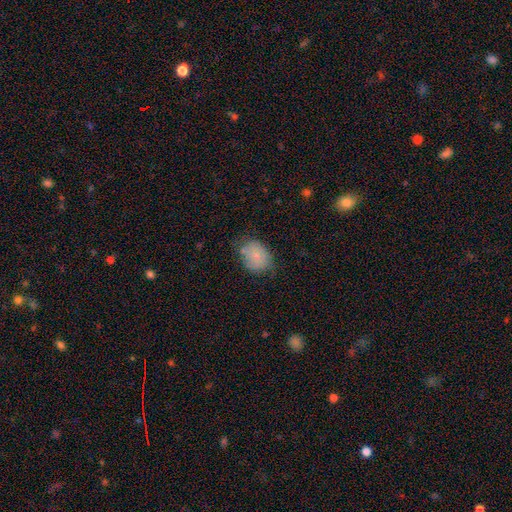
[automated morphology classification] type=smooth (78%); roundness=in between (54%); merging=none (62%).